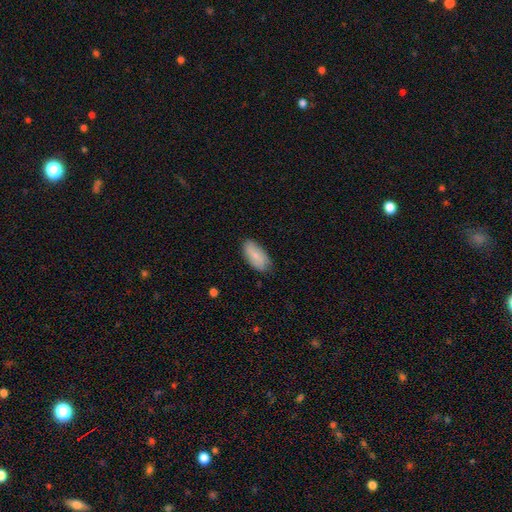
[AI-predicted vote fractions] Smooth or featured?
  - smooth: 79% *
  - featured or disk: 15%
  - star or artifact: 6%
How rounded?
  - in between: 93% *
  - cigar-shaped: 5%
  - round: 2%
Merging?
  - none: 79% *
  - minor disturbance: 17%
  - major disturbance: 3%
  - merger: 1%